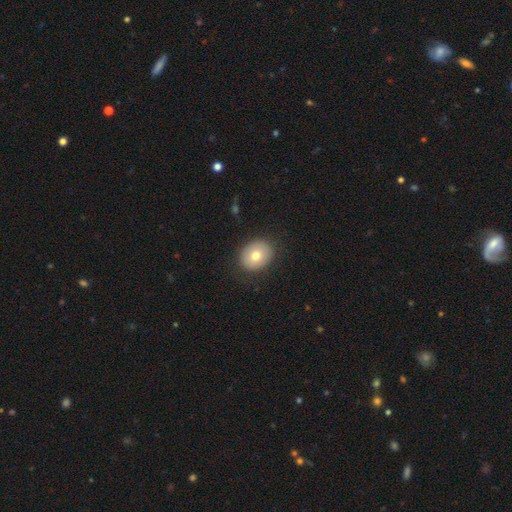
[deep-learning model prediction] The model was most divided on "how rounded": round: 52%, in between: 47%, cigar-shaped: 1%. More confident: merging — none (87%); smooth or featured — smooth (75%).